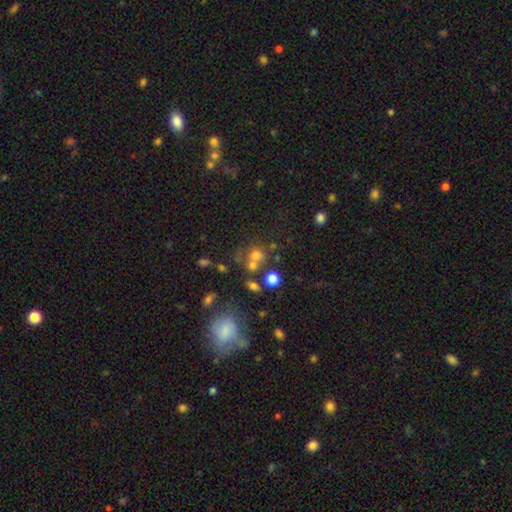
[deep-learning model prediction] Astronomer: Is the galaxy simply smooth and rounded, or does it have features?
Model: smooth — 64%.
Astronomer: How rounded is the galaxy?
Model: round — 74%.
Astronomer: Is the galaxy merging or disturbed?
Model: none — 44% (runner-up: merger, 37%).